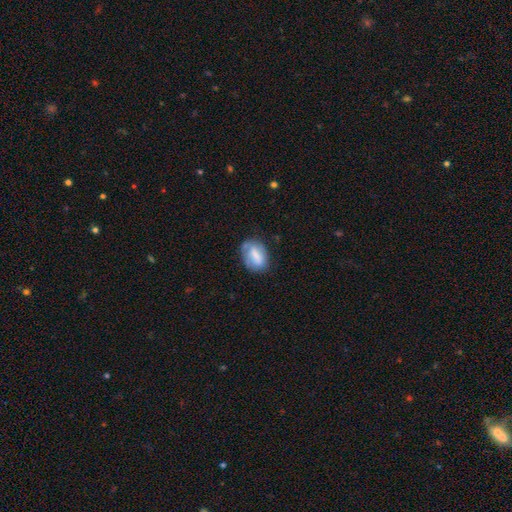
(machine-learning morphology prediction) Smooth or featured? Predicted: smooth (p=0.68). How rounded? Predicted: in between (p=0.83). Merging? Predicted: none (p=0.62).